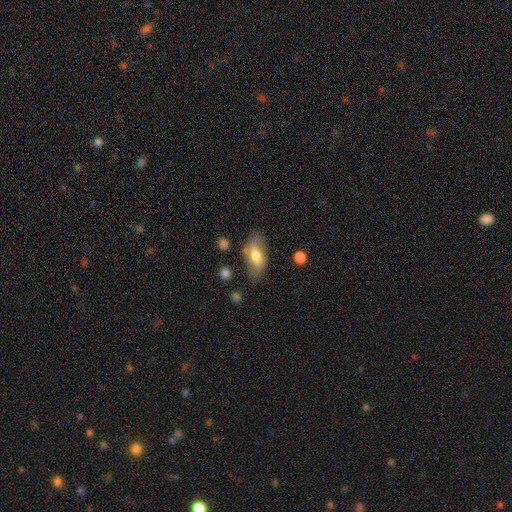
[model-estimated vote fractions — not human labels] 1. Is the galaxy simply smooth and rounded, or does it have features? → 65% smooth, 29% featured or disk, 6% star or artifact.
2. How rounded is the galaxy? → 89% in between, 8% cigar-shaped, 3% round.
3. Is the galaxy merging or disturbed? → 73% none, 18% minor disturbance, 5% major disturbance, 3% merger.